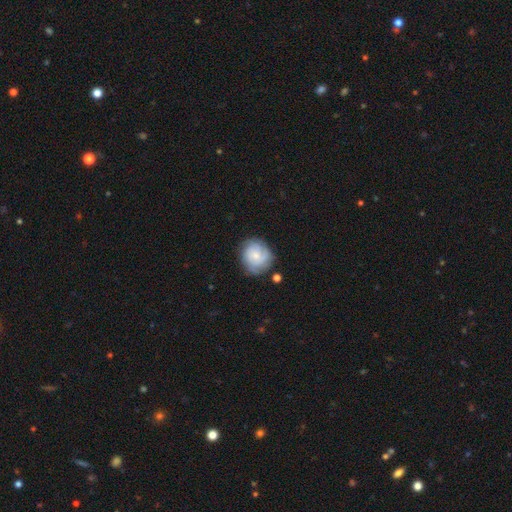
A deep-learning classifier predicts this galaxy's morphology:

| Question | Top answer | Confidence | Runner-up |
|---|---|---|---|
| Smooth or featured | featured or disk | 54% | smooth (39%) |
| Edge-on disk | no | 98% | yes (2%) |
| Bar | no | 75% | weak (22%) |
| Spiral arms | yes | 87% | no (13%) |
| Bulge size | small | 61% | moderate (29%) |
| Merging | none | 74% | minor disturbance (18%) |